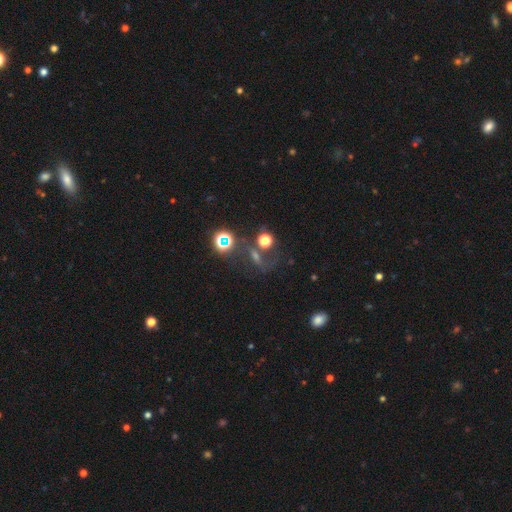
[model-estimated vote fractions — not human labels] star or artifact 45%, smooth 29%, featured or disk 26%.